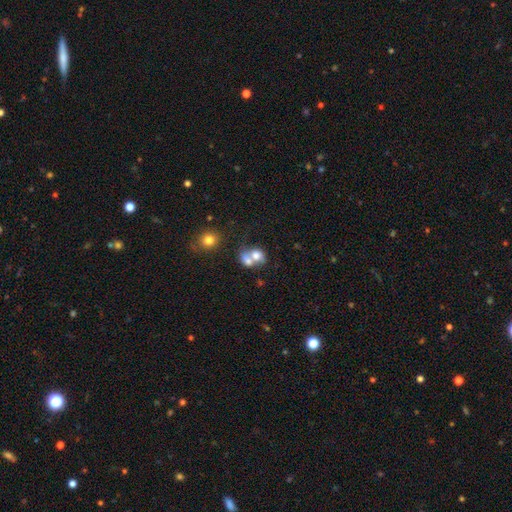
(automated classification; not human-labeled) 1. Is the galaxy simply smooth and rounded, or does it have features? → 68% smooth, 22% featured or disk, 10% star or artifact.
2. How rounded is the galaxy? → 52% in between, 47% round, 1% cigar-shaped.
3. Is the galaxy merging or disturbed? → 70% merger, 17% none, 7% minor disturbance, 6% major disturbance.